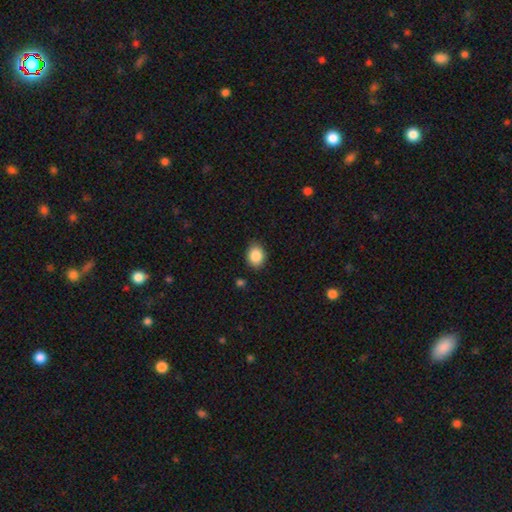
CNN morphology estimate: This is clearly a smooth galaxy (87%). How rounded: possibly in between (53%). Merging: clearly none (84%).